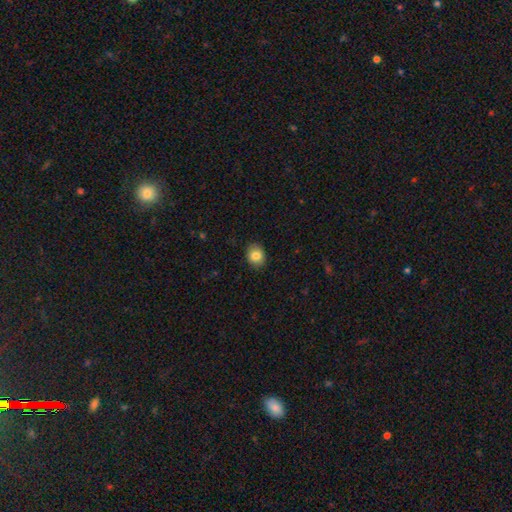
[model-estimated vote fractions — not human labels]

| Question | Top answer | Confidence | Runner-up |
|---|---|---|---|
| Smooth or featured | smooth | 84% | star or artifact (9%) |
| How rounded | round | 59% | in between (40%) |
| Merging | none | 87% | minor disturbance (9%) |